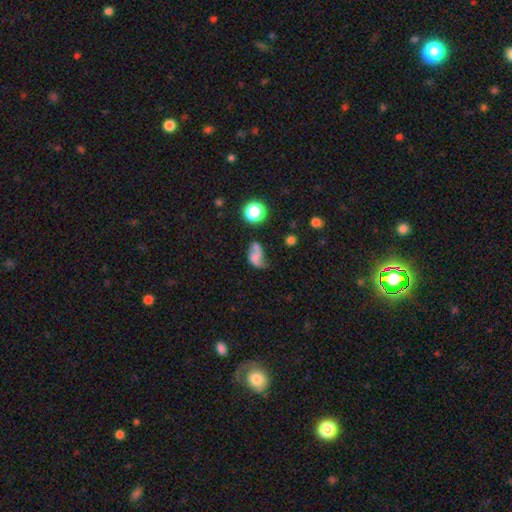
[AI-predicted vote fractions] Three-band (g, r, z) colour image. It shows a smooth galaxy with no disk features (48%). Merging: none (36%).